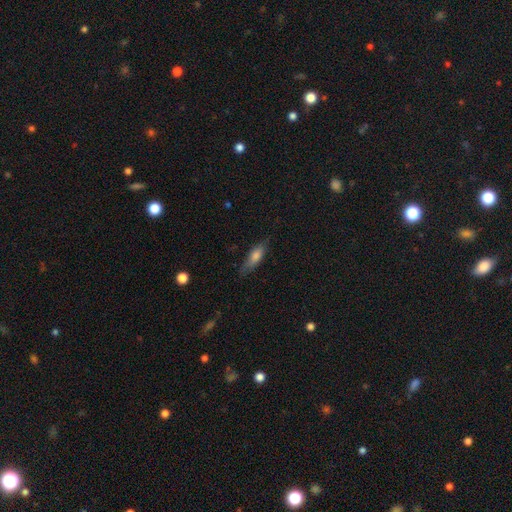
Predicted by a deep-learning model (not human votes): This is likely a smooth galaxy (69%). How rounded: possibly in between (50%). Merging: likely none (73%).